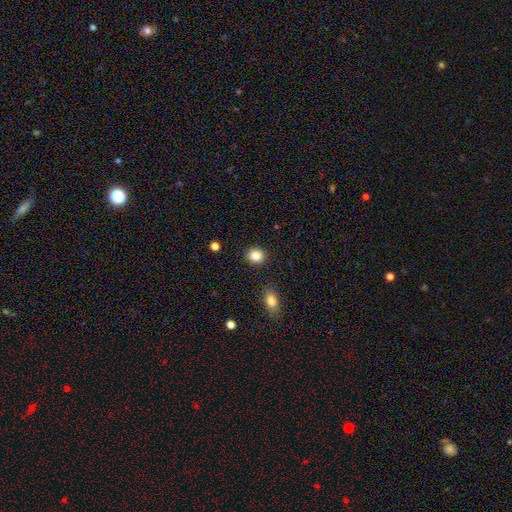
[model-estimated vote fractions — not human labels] This appears to be a smooth galaxy with no disk features (87%) that is round (75%). Merging: none (90%).